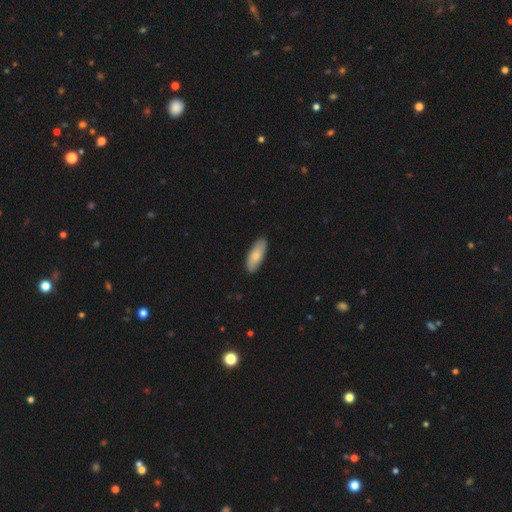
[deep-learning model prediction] smooth_or_featured: smooth (p=0.77) [alt: featured or disk p=0.18]
how_rounded: in between (p=0.74) [alt: cigar-shaped p=0.24]
merging: none (p=0.88) [alt: minor disturbance p=0.09]